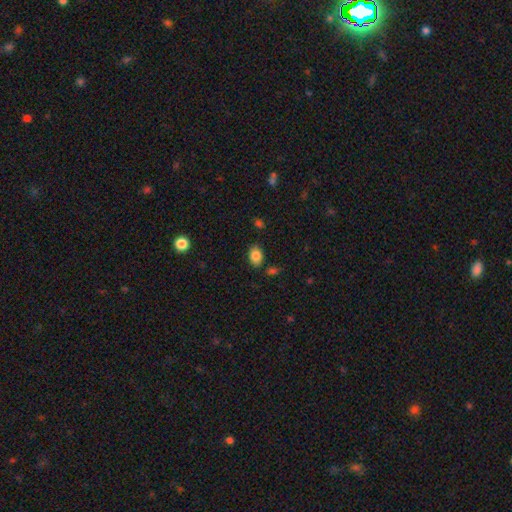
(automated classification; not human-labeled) Smooth or featured: smooth — 84% (star or artifact — 9%)
How rounded: in between — 81% (round — 18%)
Merging: none — 81% (minor disturbance — 13%)